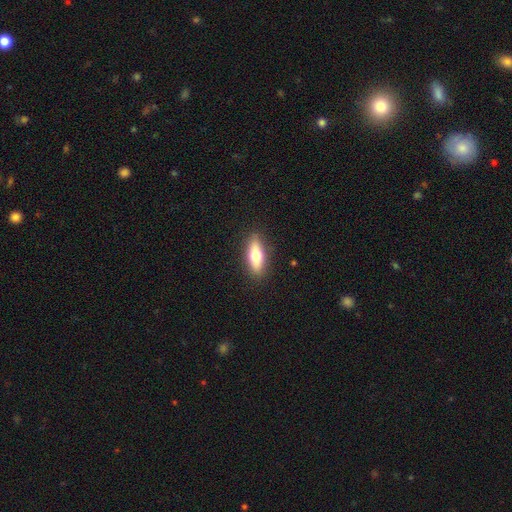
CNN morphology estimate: Smooth or featured? Predicted: smooth (p=0.62). How rounded? Predicted: in between (p=0.57). Merging? Predicted: none (p=0.88).